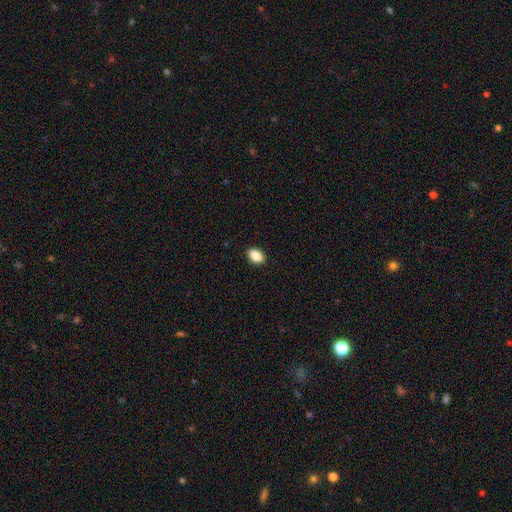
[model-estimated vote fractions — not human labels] This appears to be a smooth galaxy with no disk features (89%) that is in between round and cigar-shaped (86%). Merging: none (90%).